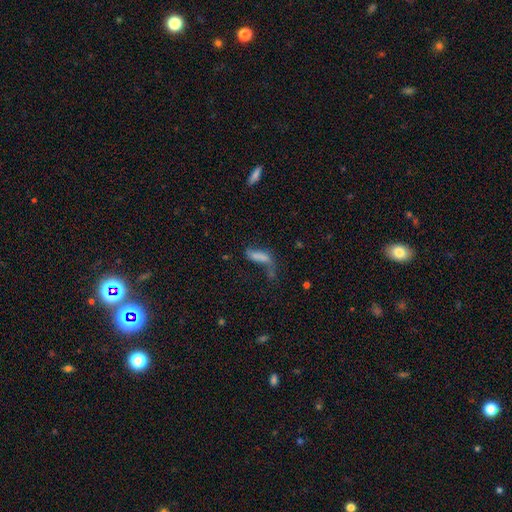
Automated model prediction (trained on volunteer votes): Smooth or featured: smooth — 64% (featured or disk — 22%)
How rounded: cigar-shaped — 50% (in between — 47%)
Merging: major disturbance — 32% (none — 31%)